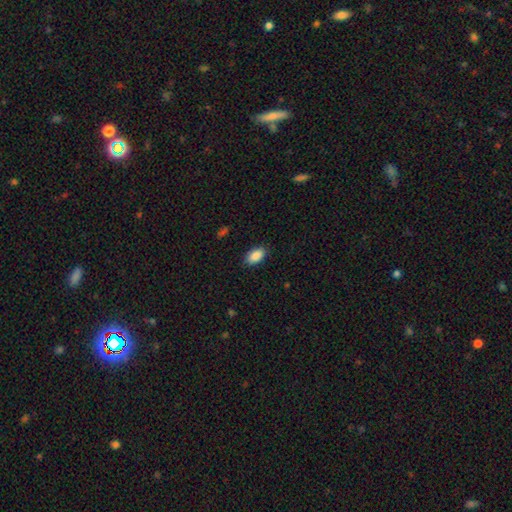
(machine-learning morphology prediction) This is clearly a smooth galaxy (89%). How rounded: clearly in between (94%). Merging: clearly none (86%).